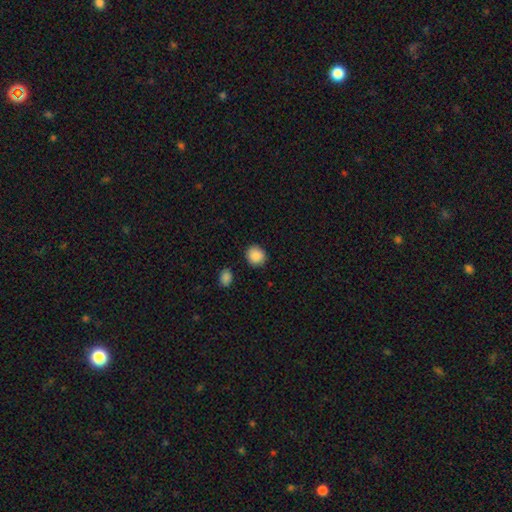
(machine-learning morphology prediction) type=smooth (89%); roundness=round (84%); merging=none (88%).